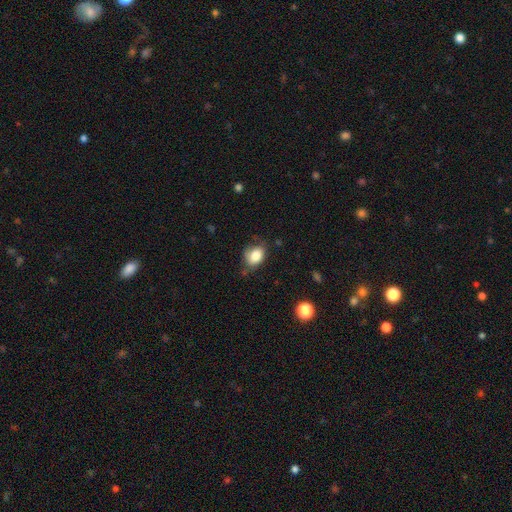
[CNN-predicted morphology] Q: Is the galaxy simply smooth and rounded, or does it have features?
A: smooth — 82%.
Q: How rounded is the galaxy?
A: in between — 68%.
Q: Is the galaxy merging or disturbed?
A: none — 54%.